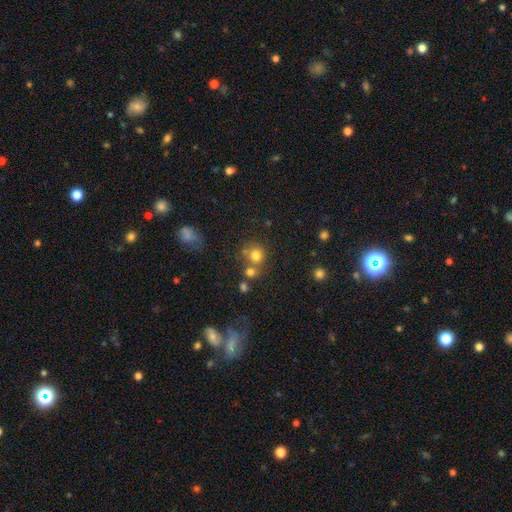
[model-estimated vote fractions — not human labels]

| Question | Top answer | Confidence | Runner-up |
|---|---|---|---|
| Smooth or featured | smooth | 76% | star or artifact (15%) |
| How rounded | round | 87% | in between (13%) |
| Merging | none | 58% | merger (28%) |